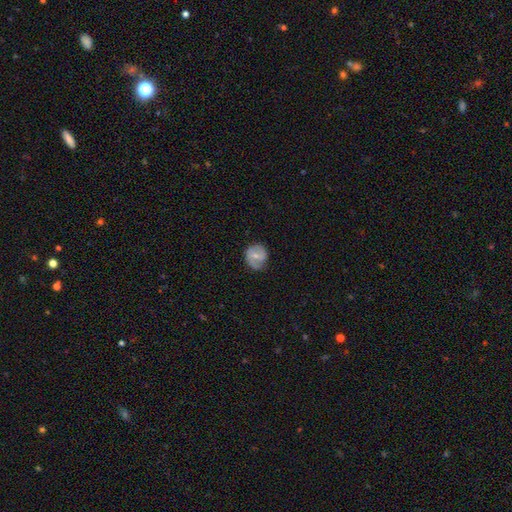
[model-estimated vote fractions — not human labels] A featured or disk galaxy (53%) with a weak bar (44%), spiral arms (77%) and a small central bulge (52%).

Vote fractions:
- Smooth or featured? featured or disk: 53% / smooth: 41% / star or artifact: 7%
- Edge-on disk? no: 97% / yes: 3%
- Bar? weak: 44% / no: 43% / strong: 13%
- Spiral arms? yes: 77% / no: 23%
- Bulge size? small: 52% / moderate: 42% / none: 3% / large: 1% / dominant: 1%
- Merging? none: 65% / minor disturbance: 25% / major disturbance: 8% / merger: 1%